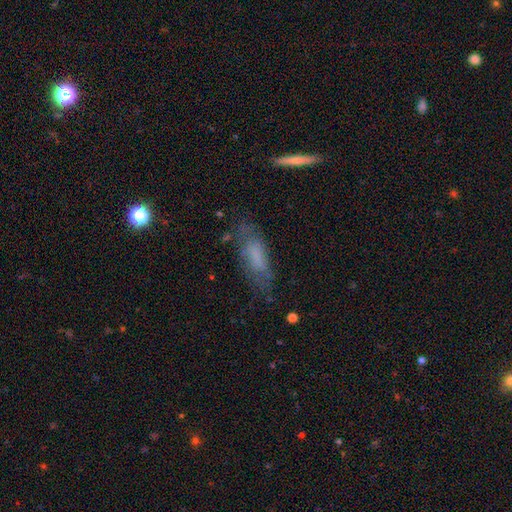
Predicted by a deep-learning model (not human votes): This appears to be a smooth galaxy with no disk features (56%) that is in between round and cigar-shaped (55%). Merging: none (61%).